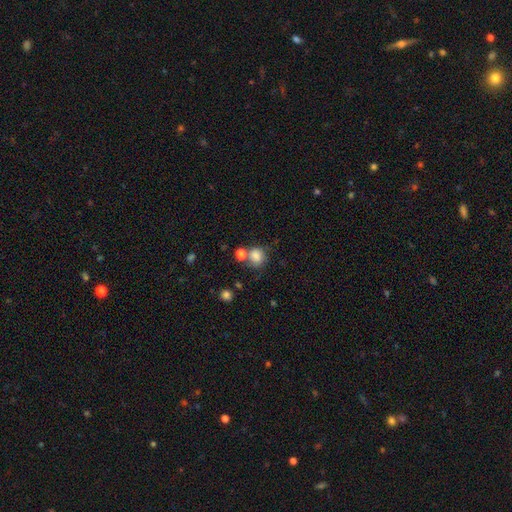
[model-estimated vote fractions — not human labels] A smooth galaxy with no disk features (81%) that is round (77%). Merging: none (53%).